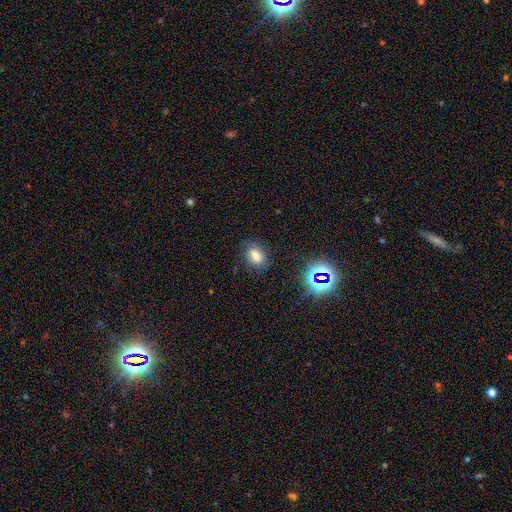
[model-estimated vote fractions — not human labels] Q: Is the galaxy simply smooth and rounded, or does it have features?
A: smooth — 66%.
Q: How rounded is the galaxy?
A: in between — 79%.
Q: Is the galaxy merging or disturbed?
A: none — 72%.